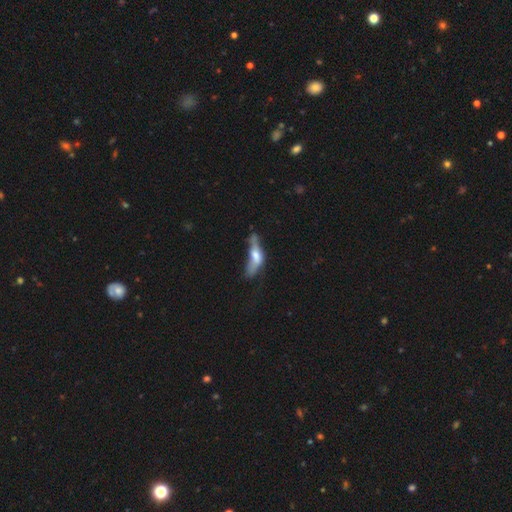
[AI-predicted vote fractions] Overall: smooth (46%; featured or disk 45%). Merging: major disturbance (39%; none 24%).